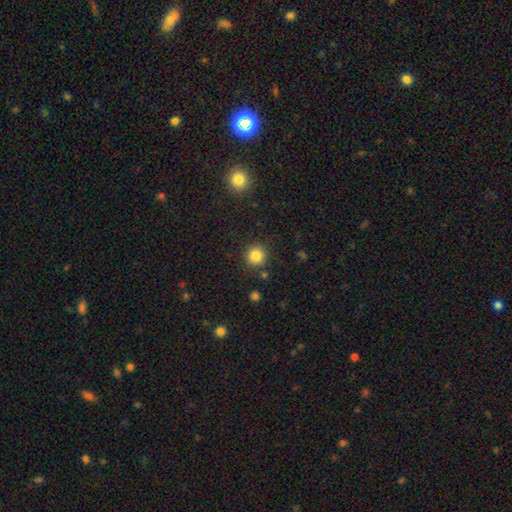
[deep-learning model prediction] A smooth galaxy with no disk features (84%) that is round (92%).

Vote fractions:
- Smooth or featured? smooth: 84% / star or artifact: 11% / featured or disk: 5%
- How rounded? round: 92% / in between: 7% / cigar-shaped: 1%
- Merging? none: 89% / minor disturbance: 6% / major disturbance: 2% / merger: 2%